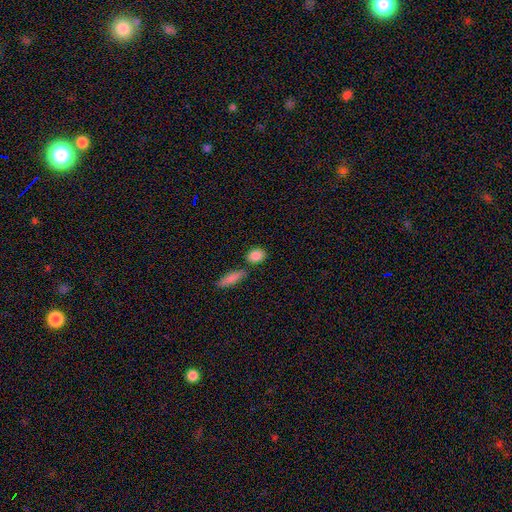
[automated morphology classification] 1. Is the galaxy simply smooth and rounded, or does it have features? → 87% smooth, 8% star or artifact, 5% featured or disk.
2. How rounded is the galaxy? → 52% in between, 44% round, 4% cigar-shaped.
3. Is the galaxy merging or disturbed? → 76% none, 11% merger, 10% minor disturbance, 3% major disturbance.